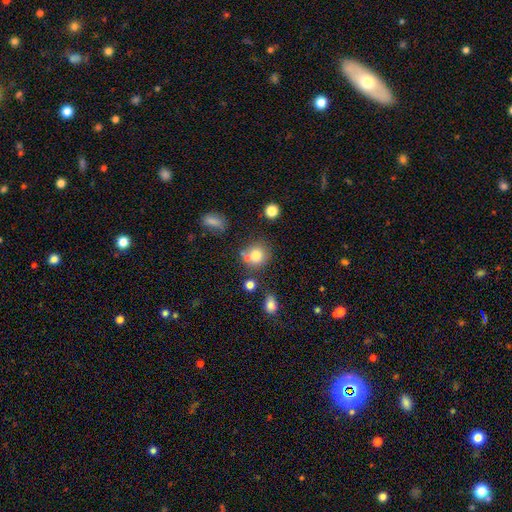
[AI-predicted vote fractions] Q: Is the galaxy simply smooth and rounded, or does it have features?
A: smooth — 75%.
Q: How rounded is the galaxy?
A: round — 83%.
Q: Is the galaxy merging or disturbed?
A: none — 60%.